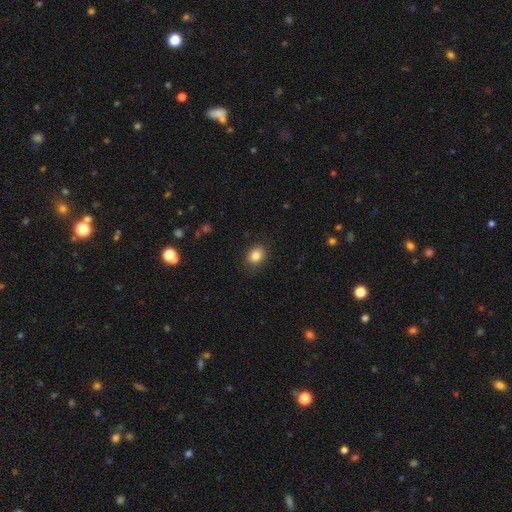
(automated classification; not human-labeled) This appears to be a smooth galaxy with no disk features (85%) that is in between round and cigar-shaped (54%). Merging: none (85%).